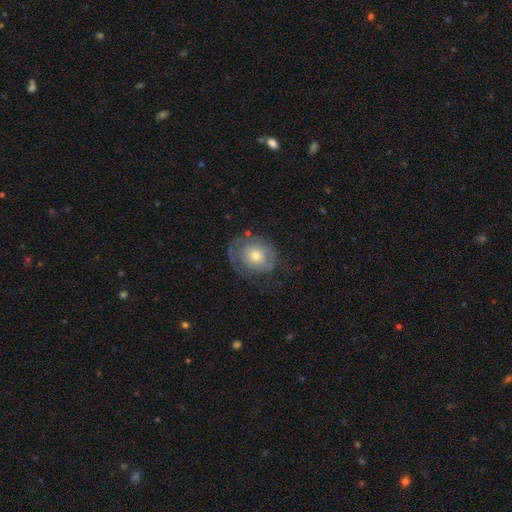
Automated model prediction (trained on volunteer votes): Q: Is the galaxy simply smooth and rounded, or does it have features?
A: featured or disk — 56%.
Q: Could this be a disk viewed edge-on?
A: no — 96%.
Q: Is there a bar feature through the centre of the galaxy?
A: no — 85%.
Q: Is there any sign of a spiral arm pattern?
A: yes — 62%.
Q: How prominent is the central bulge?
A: moderate — 57%.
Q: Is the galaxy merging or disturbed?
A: none — 59%.